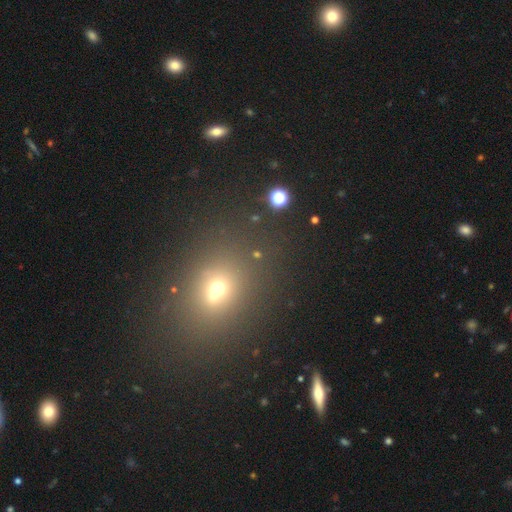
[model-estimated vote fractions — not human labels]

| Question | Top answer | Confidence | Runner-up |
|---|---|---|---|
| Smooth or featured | smooth | 55% | star or artifact (35%) |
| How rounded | round | 51% | in between (47%) |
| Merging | none | 86% | minor disturbance (8%) |